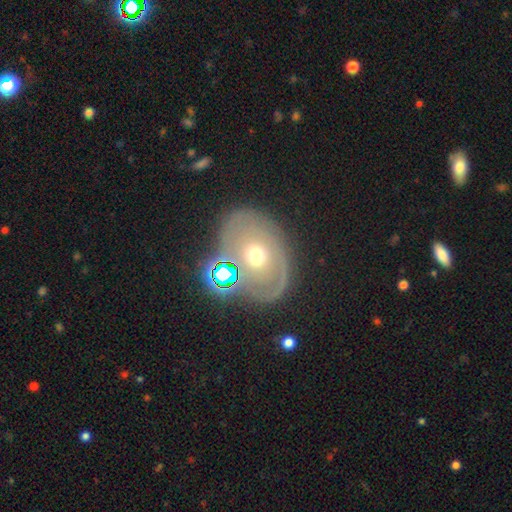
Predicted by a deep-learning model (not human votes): smooth-or-featured: featured or disk: 56% | smooth: 32% | star or artifact: 13%
  disk-edge-on: no: 93% | yes: 7%
    bar: no: 83% | weak: 13% | strong: 4%
    has-spiral-arms: yes: 51% | no: 49%
    bulge-size: moderate: 60% | small: 32% | large: 5% | dominant: 2% | none: 1%
  merging: none: 68% | minor disturbance: 17% | major disturbance: 9% | merger: 7%